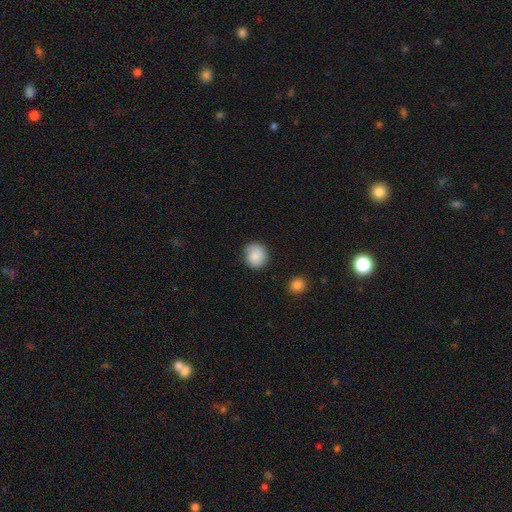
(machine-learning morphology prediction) A smooth galaxy with no disk features (84%) that is round (86%).

Vote fractions:
- Smooth or featured? smooth: 84% / featured or disk: 9% / star or artifact: 8%
- How rounded? round: 86% / in between: 13% / cigar-shaped: 1%
- Merging? none: 82% / minor disturbance: 13% / major disturbance: 3% / merger: 2%